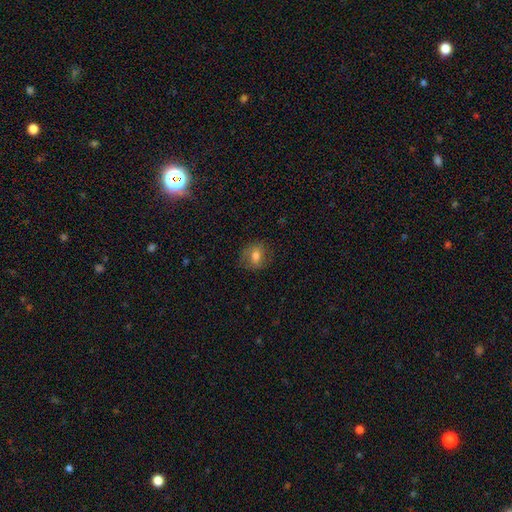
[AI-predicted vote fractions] Smooth or featured? Predicted: smooth (p=0.67). How rounded? Predicted: round (p=0.58). Merging? Predicted: none (p=0.77).